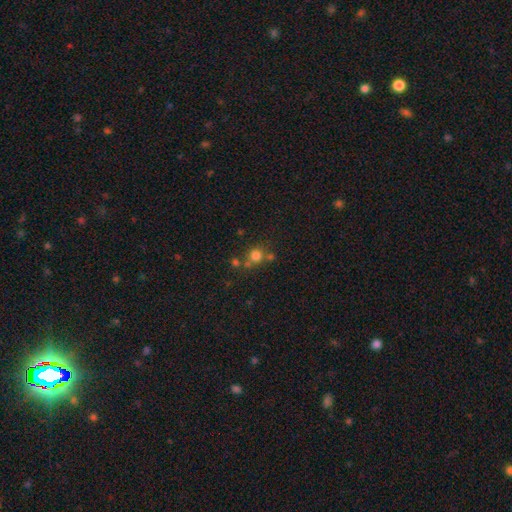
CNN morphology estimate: A smooth galaxy with no disk features (75%) that is round (88%). Merging: none (61%).